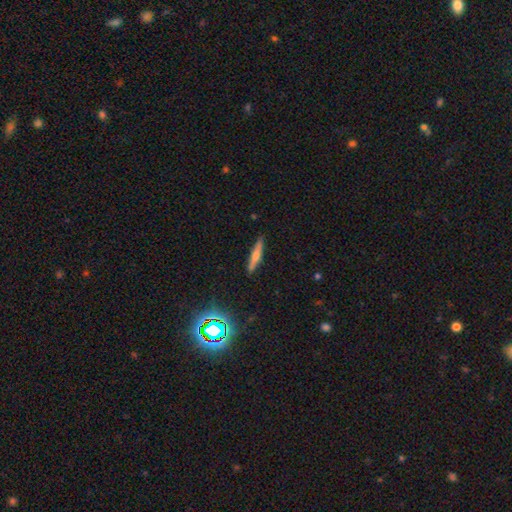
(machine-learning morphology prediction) The model was most divided on "smooth or featured": smooth: 47%, featured or disk: 44%, star or artifact: 9%. More confident: merging — none (88%).